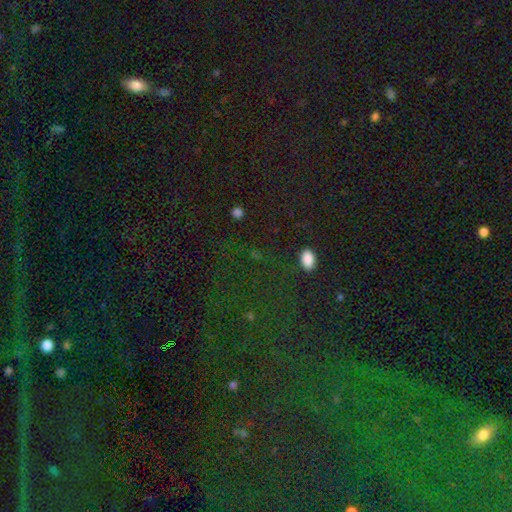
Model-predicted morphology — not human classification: Smooth or featured? star or artifact (80%)